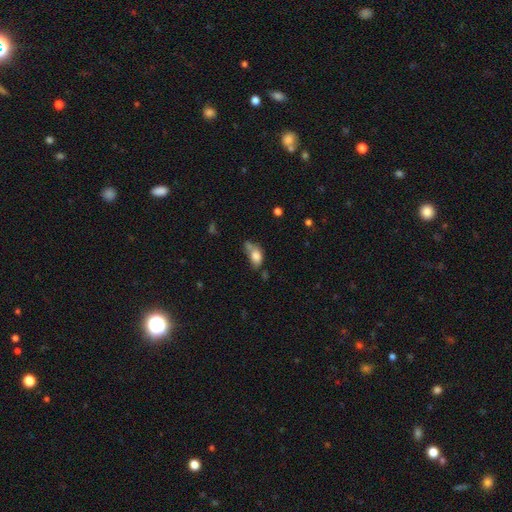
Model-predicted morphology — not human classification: Smooth or featured? smooth (76%)
How rounded? in between (83%)
Merging? none (31%)